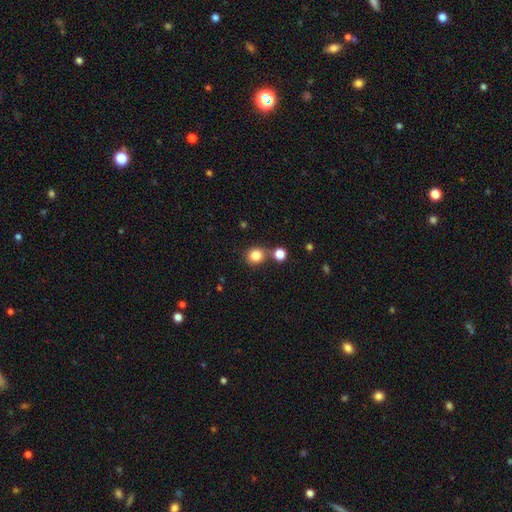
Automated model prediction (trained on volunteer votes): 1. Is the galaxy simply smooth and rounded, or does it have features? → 83% smooth, 12% star or artifact, 6% featured or disk.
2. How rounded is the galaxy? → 86% round, 13% in between, 1% cigar-shaped.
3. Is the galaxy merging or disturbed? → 68% none, 18% merger, 10% minor disturbance, 3% major disturbance.